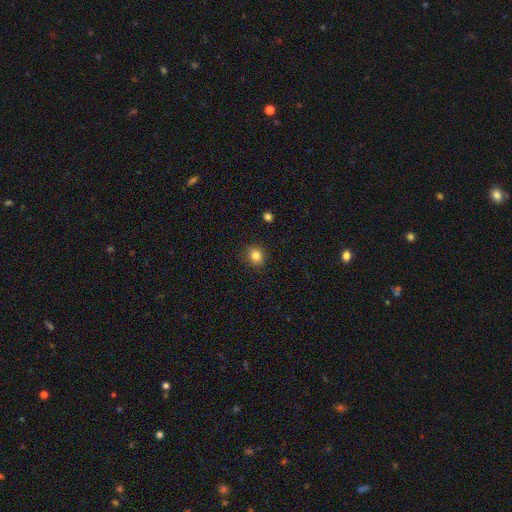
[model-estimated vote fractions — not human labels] smooth_or_featured: smooth (p=0.83) [alt: star or artifact p=0.11]
how_rounded: round (p=0.77) [alt: in between p=0.23]
merging: none (p=0.89) [alt: minor disturbance p=0.08]